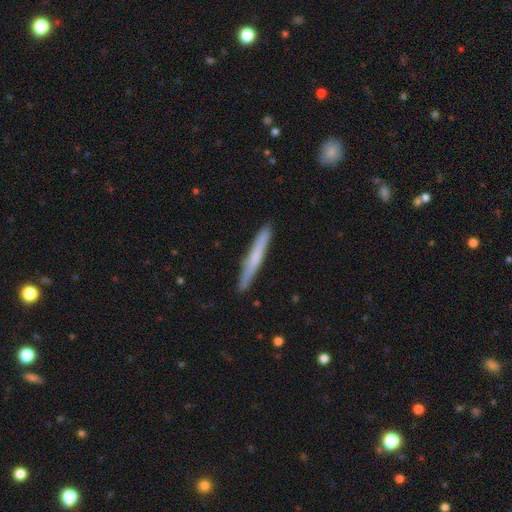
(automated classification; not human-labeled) This appears to be a smooth galaxy with no disk features (58%) that is cigar-shaped (97%). Merging: none (91%).